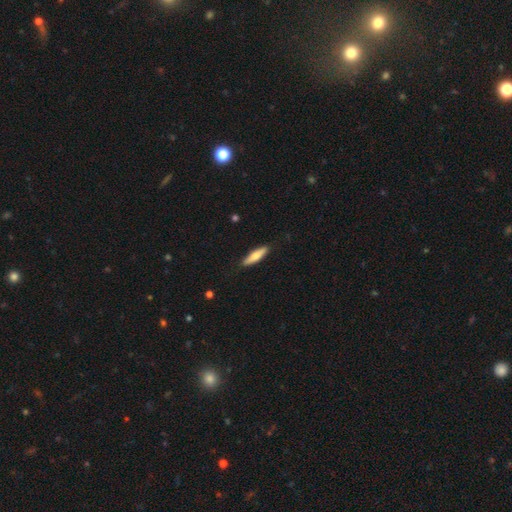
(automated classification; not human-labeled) Overall: smooth (62%; featured or disk 33%). How rounded: cigar-shaped (73%). Merging: none (88%).